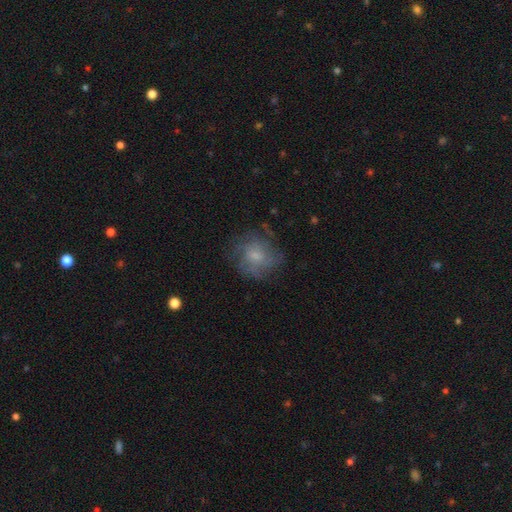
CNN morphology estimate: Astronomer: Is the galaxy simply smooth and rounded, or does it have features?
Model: smooth — 47% (runner-up: featured or disk, 43%).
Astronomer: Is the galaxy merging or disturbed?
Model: none — 67%.